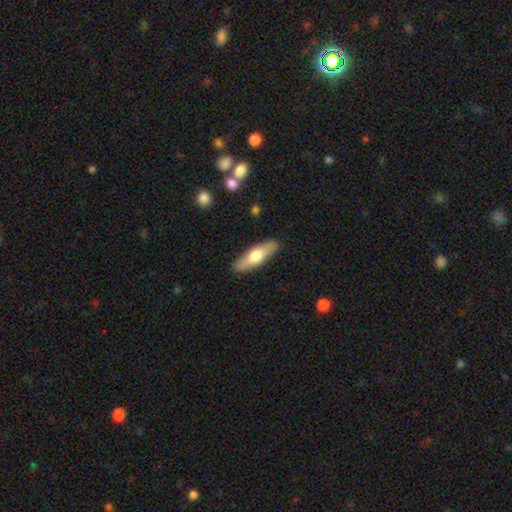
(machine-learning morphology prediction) smooth 61%, featured or disk 33%, star or artifact 5%. Down the decision tree: how rounded — cigar-shaped (53%); merging — none (89%).